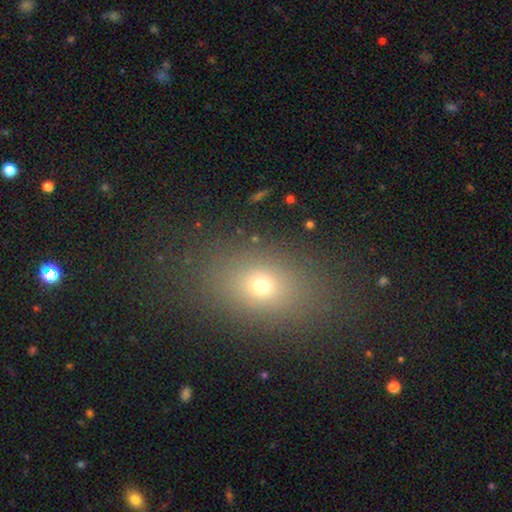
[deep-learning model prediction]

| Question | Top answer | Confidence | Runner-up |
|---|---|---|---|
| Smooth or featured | smooth | 66% | star or artifact (21%) |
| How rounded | in between | 72% | round (25%) |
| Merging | none | 86% | minor disturbance (9%) |